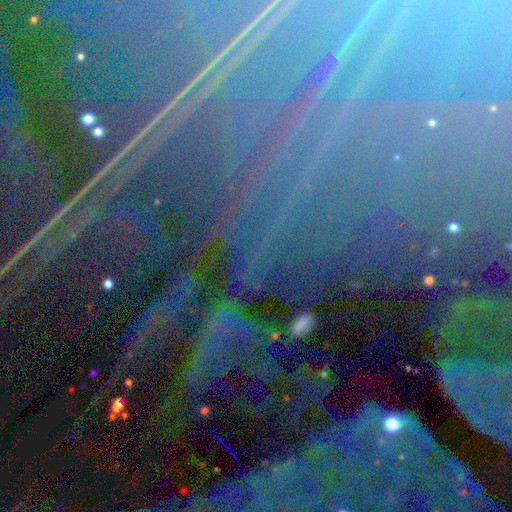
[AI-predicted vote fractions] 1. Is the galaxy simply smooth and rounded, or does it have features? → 85% star or artifact, 9% featured or disk, 6% smooth.